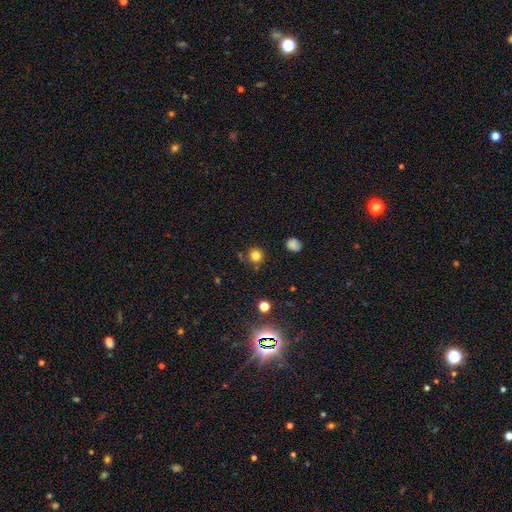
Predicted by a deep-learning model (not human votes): smooth 79%, star or artifact 15%, featured or disk 5%. Down the decision tree: how rounded — round (93%); merging — none (83%).